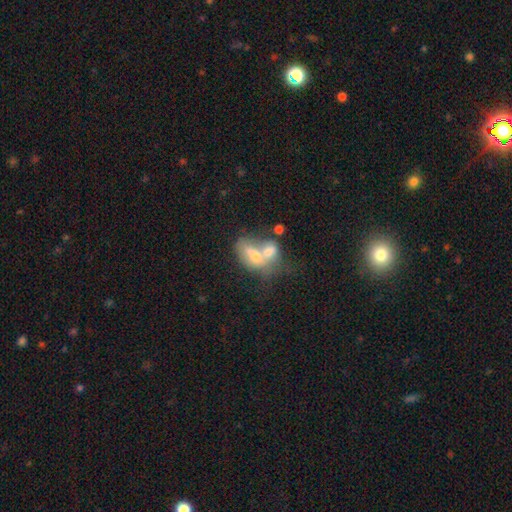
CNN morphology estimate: A smooth galaxy with no disk features (59%) that is in between round and cigar-shaped (79%). Merging: merger (72%).